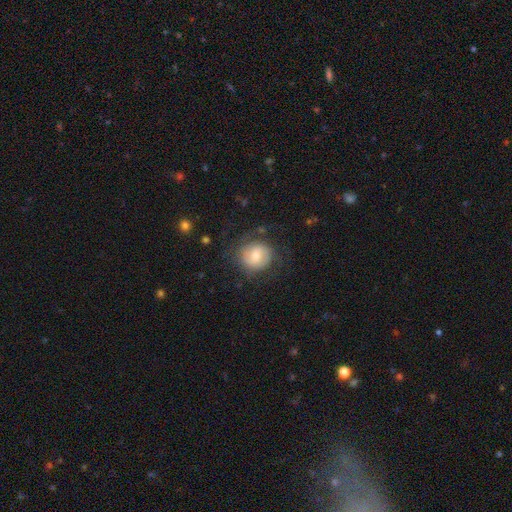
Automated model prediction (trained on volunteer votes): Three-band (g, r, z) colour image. It shows a featured or disk galaxy (48%). Merging: none (69%).